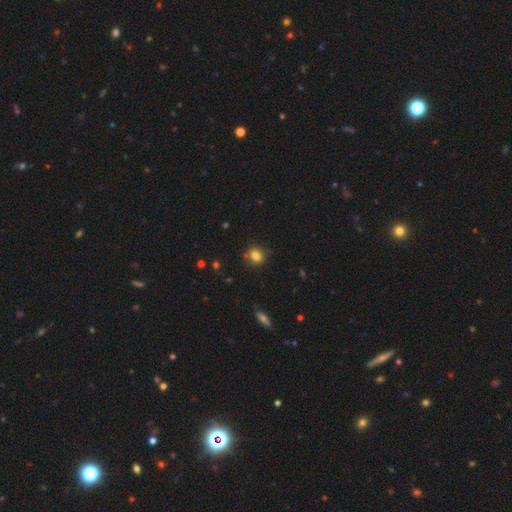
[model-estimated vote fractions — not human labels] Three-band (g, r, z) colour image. It shows a smooth galaxy with no disk features (81%) that is round (75%). Merging: none (81%).